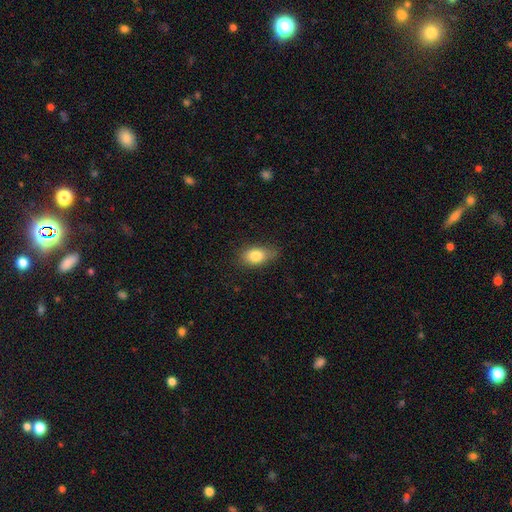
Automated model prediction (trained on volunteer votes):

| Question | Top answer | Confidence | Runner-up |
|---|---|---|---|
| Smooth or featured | smooth | 82% | featured or disk (10%) |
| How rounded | in between | 85% | round (12%) |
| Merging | none | 67% | minor disturbance (26%) |